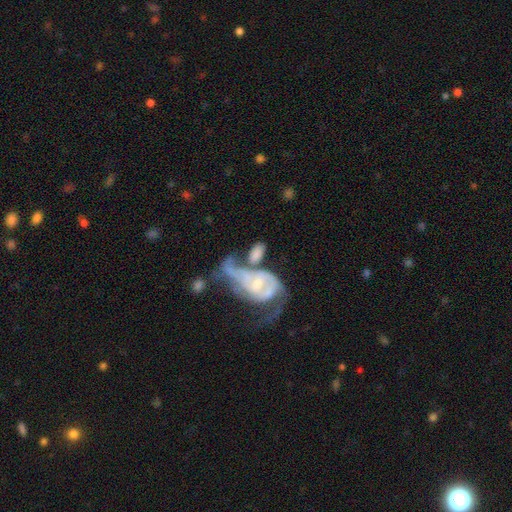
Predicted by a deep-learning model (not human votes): Q: Smooth or featured?
A: featured or disk (69%); runner-up: smooth (23%)
Q: Edge-on disk?
A: no (94%); runner-up: yes (6%)
Q: Bar?
A: no (58%); runner-up: weak (31%)
Q: Spiral arms?
A: yes (70%); runner-up: no (30%)
Q: Bulge size?
A: small (48%); runner-up: moderate (36%)
Q: Merging?
A: merger (42%); runner-up: major disturbance (31%)